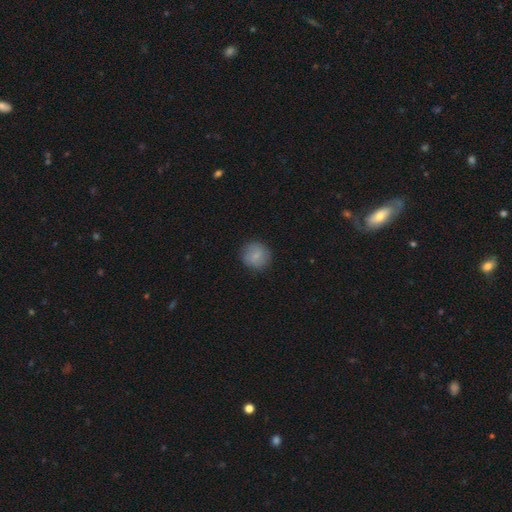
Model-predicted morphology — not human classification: Smooth or featured?
  - smooth: 81% *
  - featured or disk: 11%
  - star or artifact: 8%
How rounded?
  - round: 93% *
  - in between: 6%
  - cigar-shaped: 1%
Merging?
  - none: 87% *
  - minor disturbance: 10%
  - major disturbance: 3%
  - merger: 1%